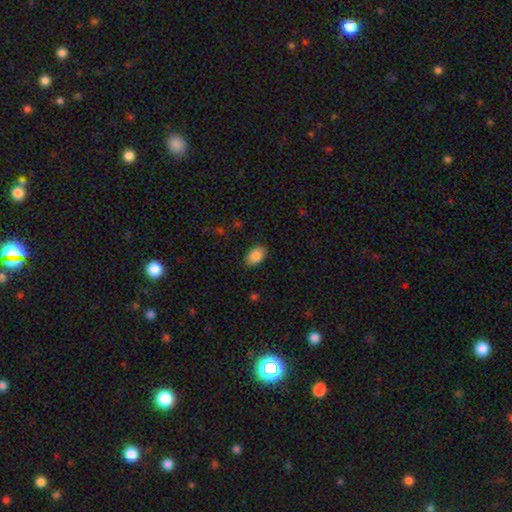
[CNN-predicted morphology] A smooth galaxy with no disk features (88%) that is in between round and cigar-shaped (89%).

Vote fractions:
- Smooth or featured? smooth: 88% / star or artifact: 7% / featured or disk: 5%
- How rounded? in between: 89% / round: 10% / cigar-shaped: 1%
- Merging? none: 85% / minor disturbance: 12% / major disturbance: 3% / merger: 1%